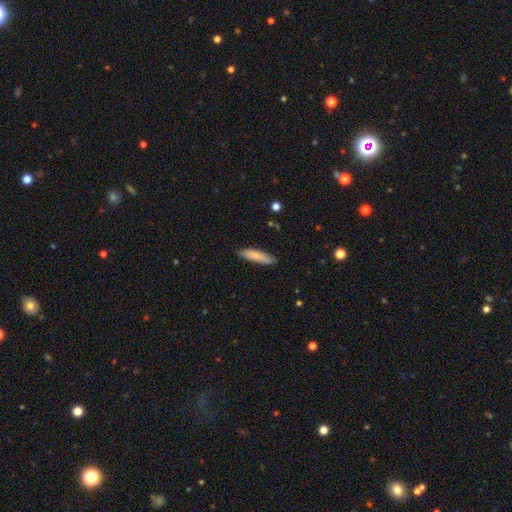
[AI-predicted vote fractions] A smooth galaxy with no disk features (79%) that is cigar-shaped (66%).

Vote fractions:
- Smooth or featured? smooth: 79% / featured or disk: 16% / star or artifact: 6%
- How rounded? cigar-shaped: 66% / in between: 32% / round: 2%
- Merging? none: 84% / minor disturbance: 13% / major disturbance: 2% / merger: 1%